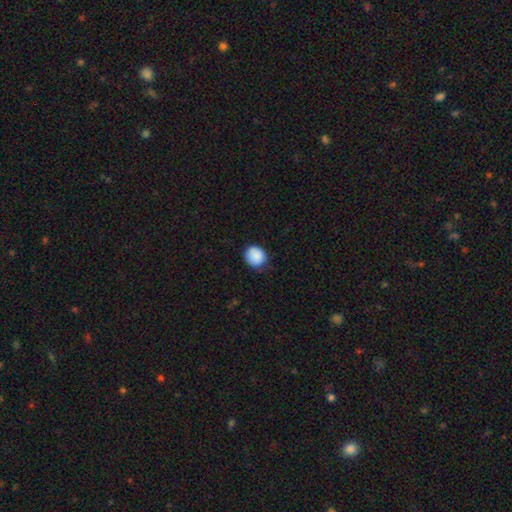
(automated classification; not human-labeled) Smooth or featured?
  - smooth: 88% *
  - star or artifact: 8%
  - featured or disk: 4%
How rounded?
  - round: 82% *
  - in between: 17%
  - cigar-shaped: 1%
Merging?
  - none: 74% *
  - minor disturbance: 21%
  - major disturbance: 3%
  - merger: 1%